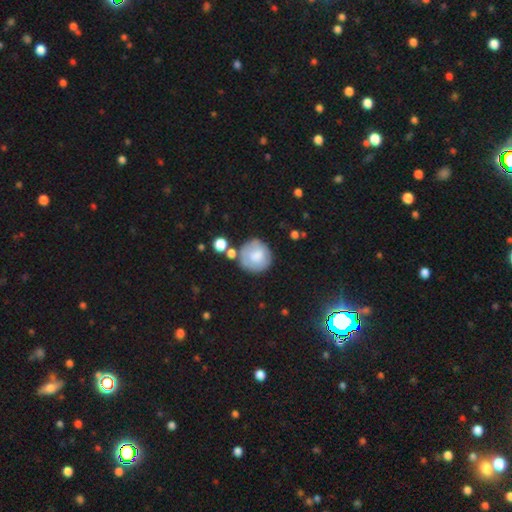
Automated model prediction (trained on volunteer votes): Q: Smooth or featured?
A: smooth (68%); runner-up: featured or disk (24%)
Q: How rounded?
A: round (91%); runner-up: in between (8%)
Q: Merging?
A: none (64%); runner-up: minor disturbance (18%)